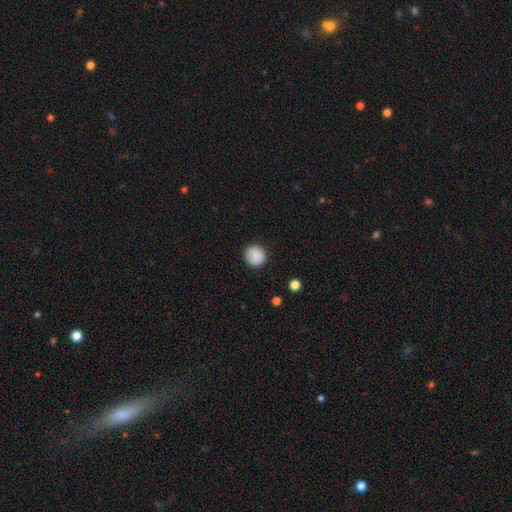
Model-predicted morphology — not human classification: type=smooth (88%); roundness=round (93%); merging=none (89%).